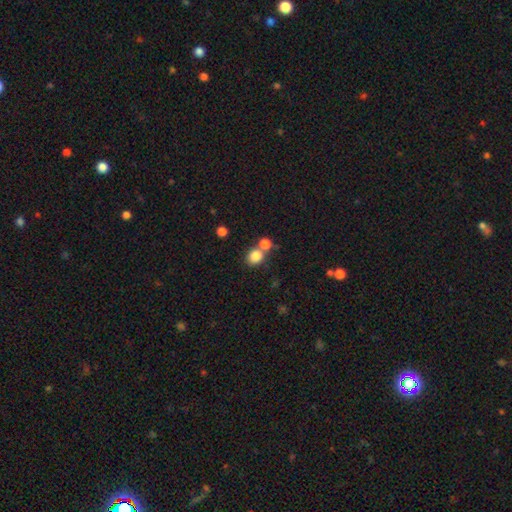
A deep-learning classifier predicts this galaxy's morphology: Overall: smooth (83%). How rounded: round (68%; in between 31%). Merging: none (50%; merger 38%).